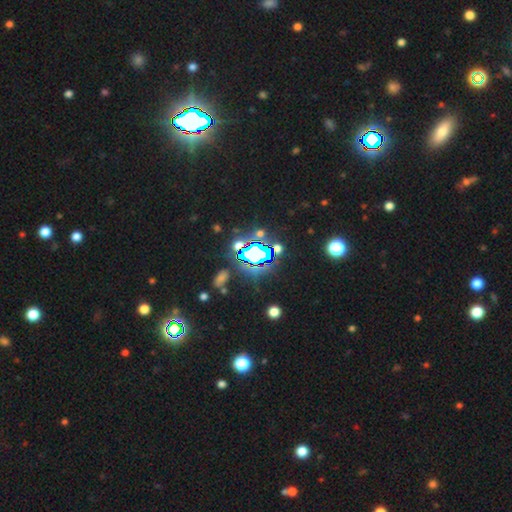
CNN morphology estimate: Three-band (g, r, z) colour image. It shows a star or artifact, not a galaxy (77%).